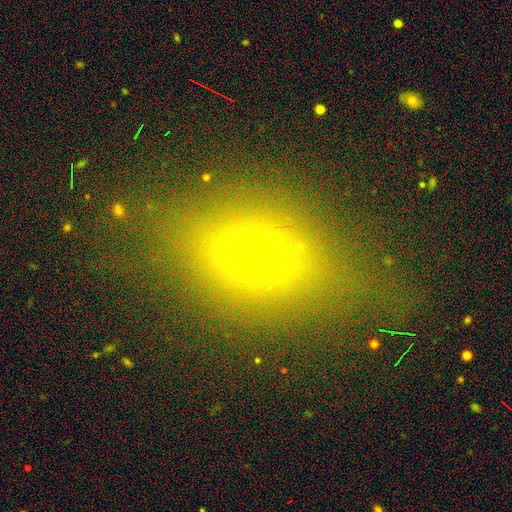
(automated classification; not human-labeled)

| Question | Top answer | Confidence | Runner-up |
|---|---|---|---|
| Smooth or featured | smooth | 57% | star or artifact (23%) |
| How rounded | in between | 71% | round (22%) |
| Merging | none | 70% | minor disturbance (16%) |